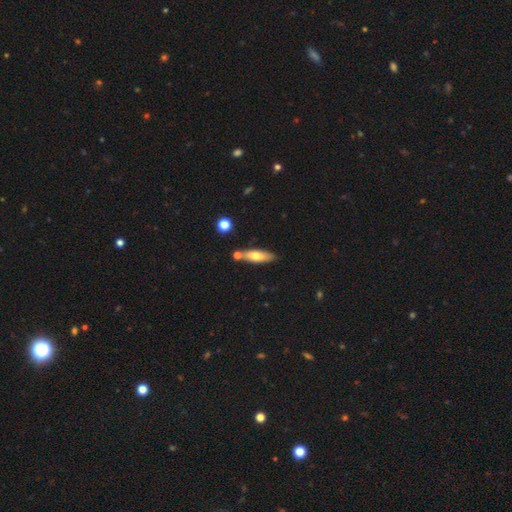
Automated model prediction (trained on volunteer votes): smooth 64%, featured or disk 30%, star or artifact 7%. Down the decision tree: how rounded — cigar-shaped (54%); merging — none (73%).